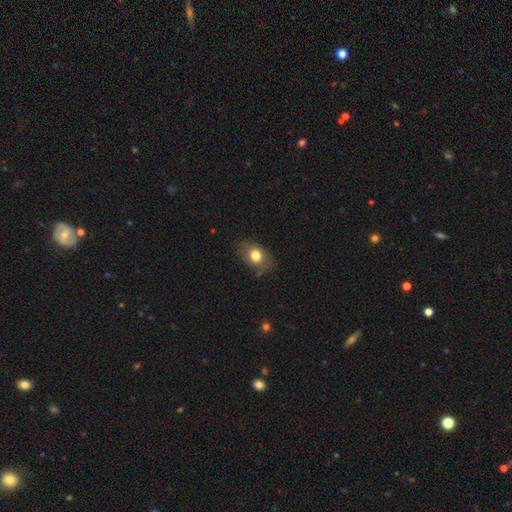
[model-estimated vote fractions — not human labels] Overall: smooth (75%). How rounded: in between (71%). Merging: none (73%).